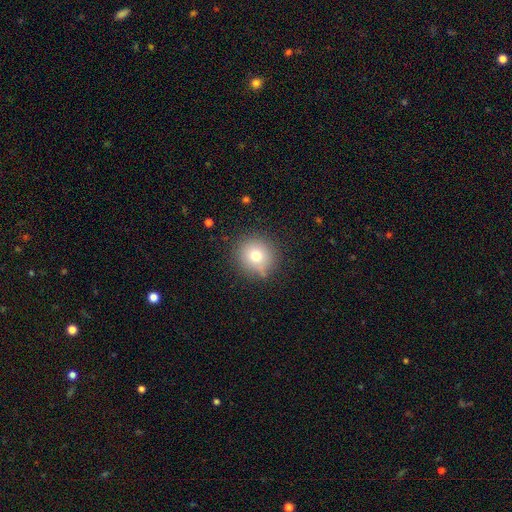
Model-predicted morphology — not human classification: Q: Smooth or featured?
A: smooth (75%); runner-up: star or artifact (13%)
Q: How rounded?
A: round (92%); runner-up: in between (7%)
Q: Merging?
A: none (84%); runner-up: minor disturbance (11%)